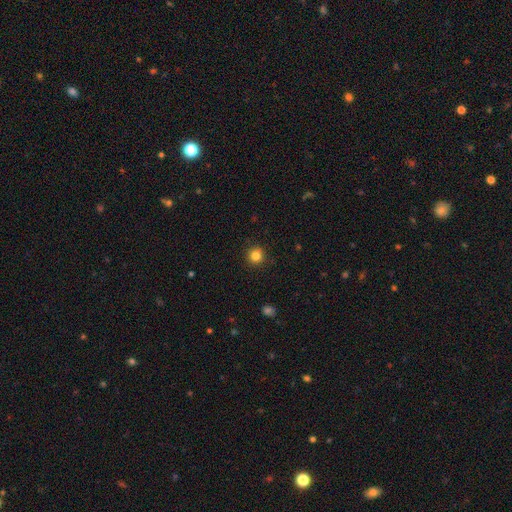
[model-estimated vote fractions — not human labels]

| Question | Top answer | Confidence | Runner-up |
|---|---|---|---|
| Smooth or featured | smooth | 83% | star or artifact (12%) |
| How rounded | round | 94% | in between (5%) |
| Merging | none | 92% | minor disturbance (5%) |